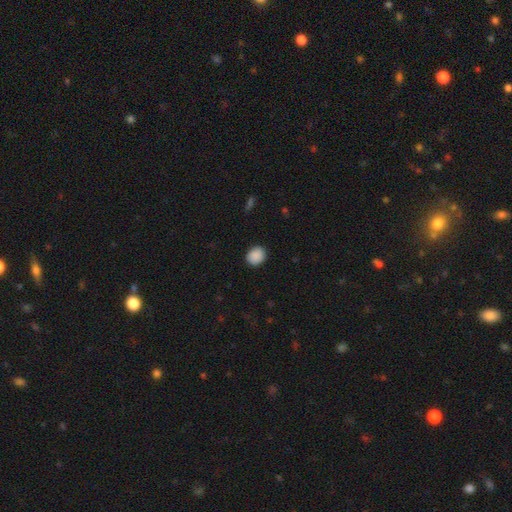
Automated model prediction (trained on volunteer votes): smooth-or-featured: smooth: 89% | star or artifact: 8% | featured or disk: 3%
  how-rounded: round: 71% | in between: 28% | cigar-shaped: 1%
  merging: none: 88% | minor disturbance: 9% | major disturbance: 2% | merger: 1%